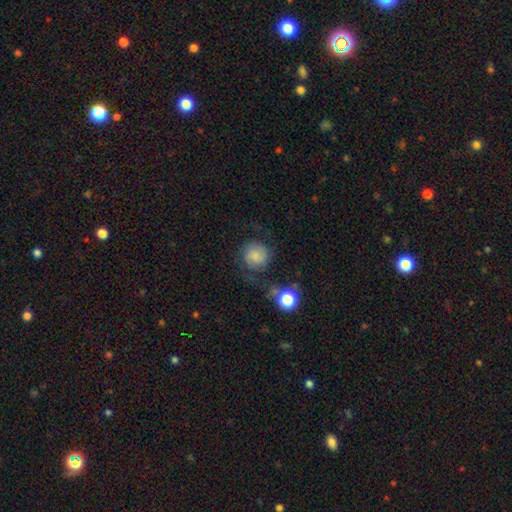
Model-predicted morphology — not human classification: type=smooth (65%); roundness=round (88%); merging=none (58%).